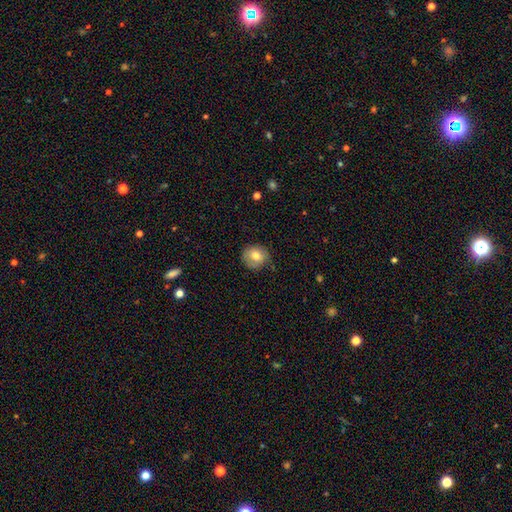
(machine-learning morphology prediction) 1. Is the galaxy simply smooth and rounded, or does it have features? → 76% smooth, 16% featured or disk, 8% star or artifact.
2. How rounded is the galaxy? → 83% round, 16% in between, 1% cigar-shaped.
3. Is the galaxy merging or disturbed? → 78% none, 18% minor disturbance, 4% major disturbance, 1% merger.